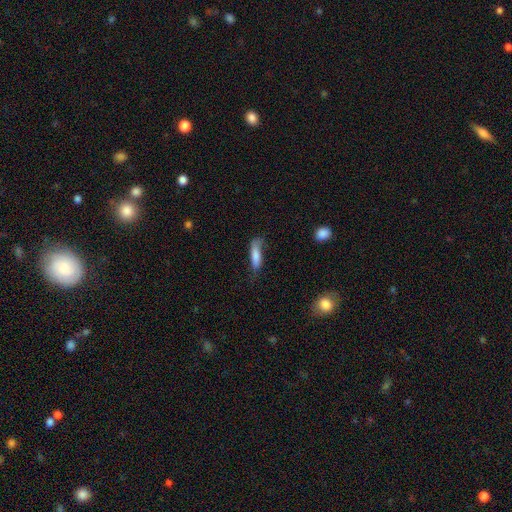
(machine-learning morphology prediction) Smooth or featured: smooth — 78% (featured or disk — 15%)
How rounded: cigar-shaped — 62% (in between — 36%)
Merging: none — 55% (minor disturbance — 31%)